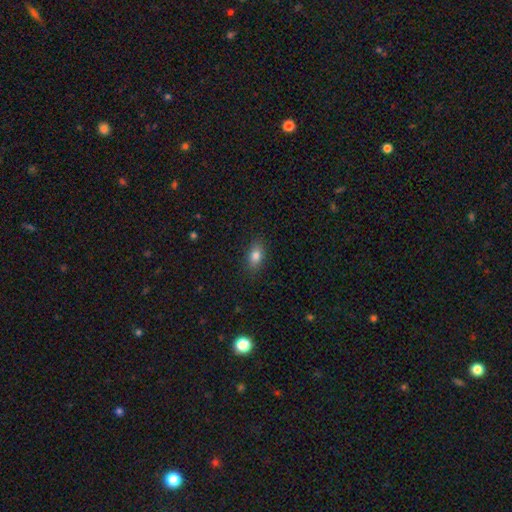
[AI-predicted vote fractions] Smooth or featured? Predicted: smooth (p=0.82). How rounded? Predicted: in between (p=0.84). Merging? Predicted: none (p=0.86).